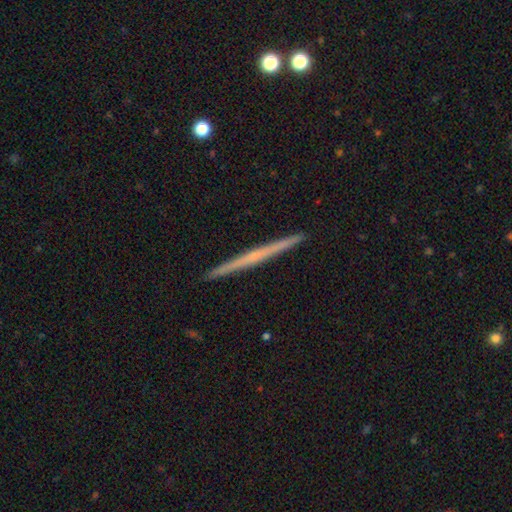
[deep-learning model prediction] This appears to be a featured or disk galaxy (61%) viewed edge-on (98%) with no central bulge (80%). Merging: none (93%).